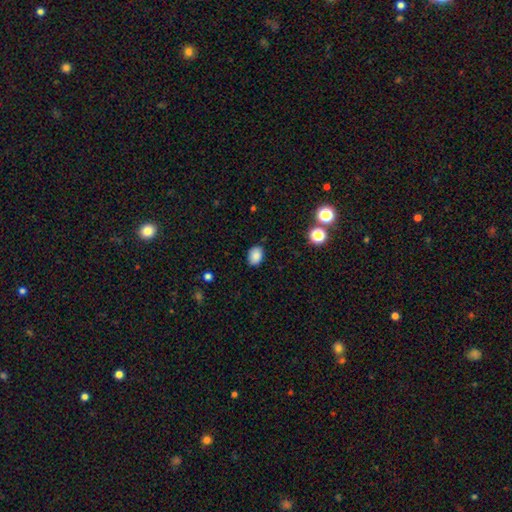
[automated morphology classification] smooth 85%, star or artifact 10%, featured or disk 5%. Down the decision tree: how rounded — in between (76%); merging — none (84%).